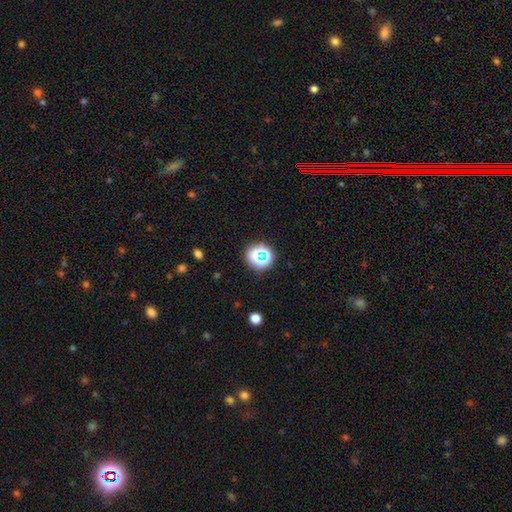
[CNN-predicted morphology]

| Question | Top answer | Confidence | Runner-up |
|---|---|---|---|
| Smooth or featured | smooth | 47% | star or artifact (42%) |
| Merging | none | 75% | minor disturbance (11%) |